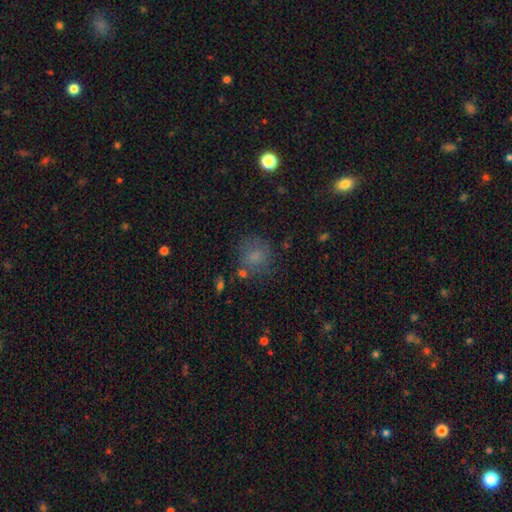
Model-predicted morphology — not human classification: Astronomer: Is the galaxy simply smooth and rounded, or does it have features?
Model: smooth — 67%.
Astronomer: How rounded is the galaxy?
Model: round — 77%.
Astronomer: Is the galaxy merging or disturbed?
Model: none — 65%.